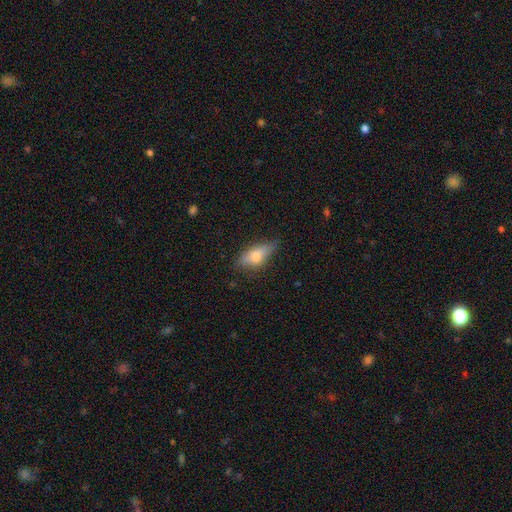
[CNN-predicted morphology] smooth-or-featured: smooth: 67% | featured or disk: 25% | star or artifact: 8%
  how-rounded: in between: 73% | cigar-shaped: 23% | round: 4%
  merging: none: 69% | minor disturbance: 25% | major disturbance: 5% | merger: 1%